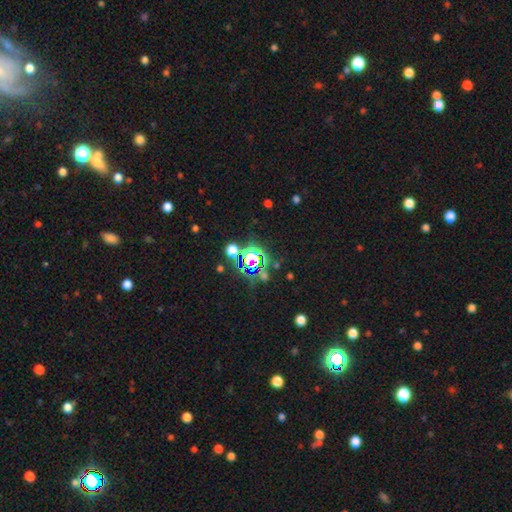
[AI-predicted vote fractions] A star or artifact, not a galaxy (72%).

Vote fractions:
- Smooth or featured? star or artifact: 72% / smooth: 18% / featured or disk: 10%